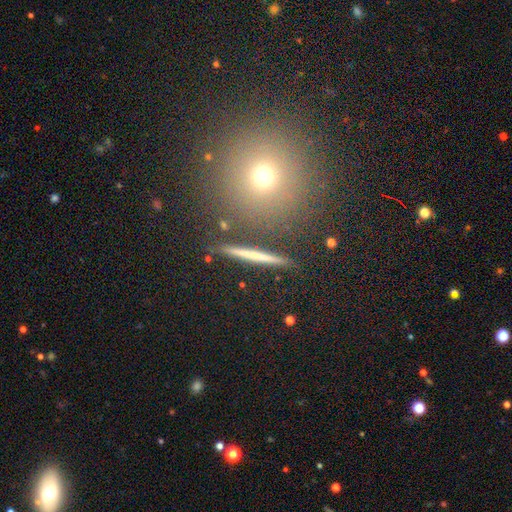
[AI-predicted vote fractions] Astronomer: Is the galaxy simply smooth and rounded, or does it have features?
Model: featured or disk — 44%, tied with smooth at 44%.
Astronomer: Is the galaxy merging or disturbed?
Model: none — 90%.